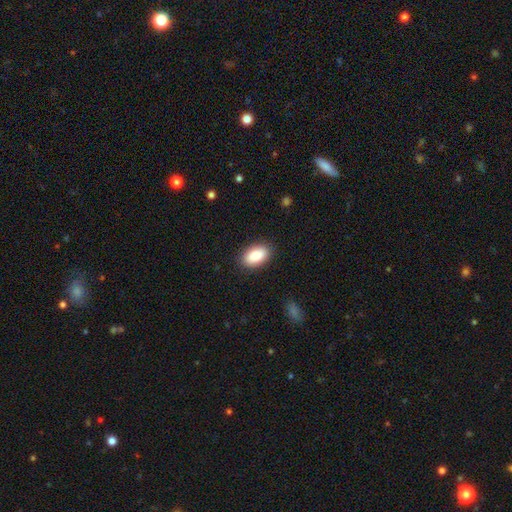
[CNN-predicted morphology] Smooth or featured: smooth — 85% (featured or disk — 9%)
How rounded: in between — 92% (round — 6%)
Merging: none — 88% (minor disturbance — 9%)